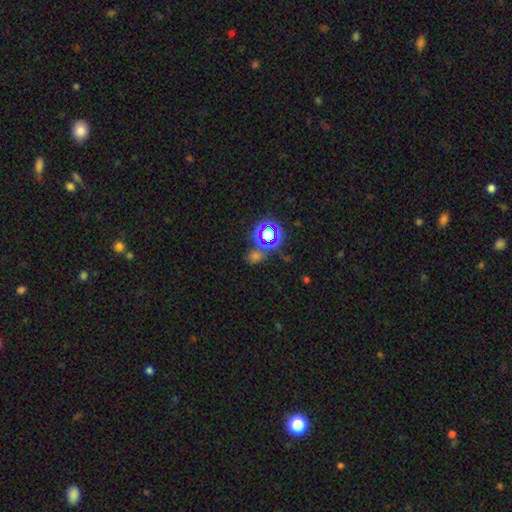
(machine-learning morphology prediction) smooth-or-featured: star or artifact: 50% | smooth: 41% | featured or disk: 9%